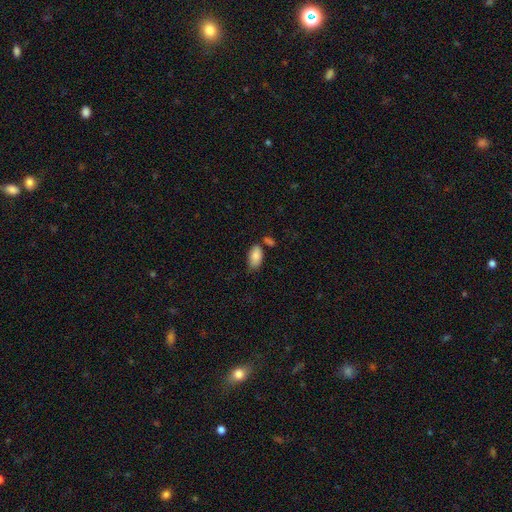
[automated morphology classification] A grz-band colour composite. It shows a smooth galaxy with no disk features (86%) that is in between round and cigar-shaped (94%). Merging: none (63%).